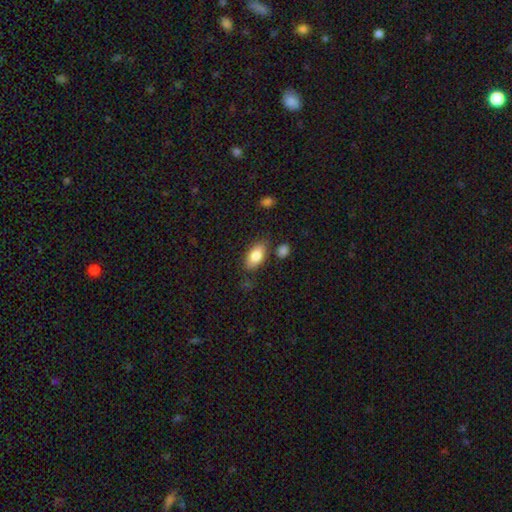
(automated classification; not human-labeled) Smooth or featured? smooth (81%)
How rounded? in between (90%)
Merging? none (78%)